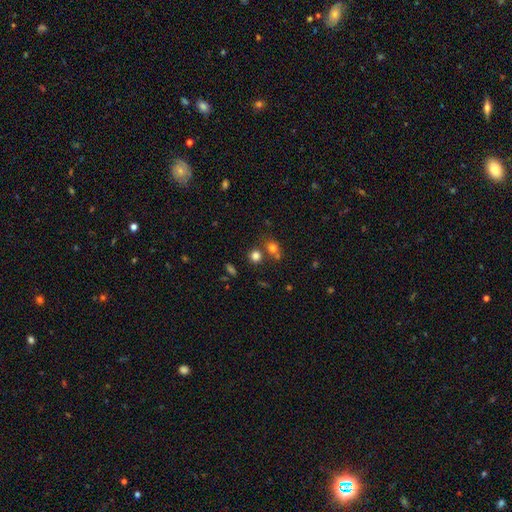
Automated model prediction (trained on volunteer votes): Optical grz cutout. It shows a smooth galaxy with no disk features (74%) that is round (83%). Merging: none (64%).